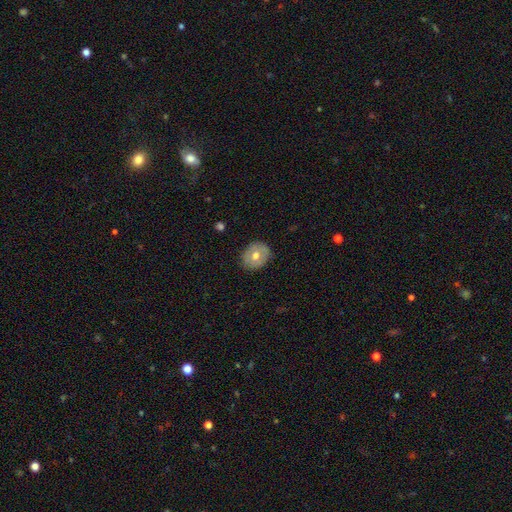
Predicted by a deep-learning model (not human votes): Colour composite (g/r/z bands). It shows a smooth galaxy with no disk features (62%) that is round (64%). Merging: none (84%).